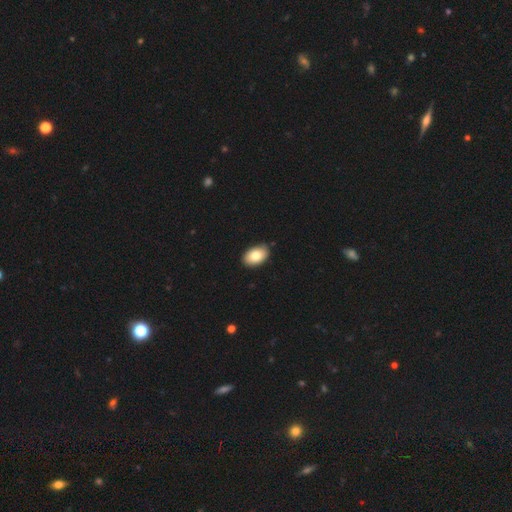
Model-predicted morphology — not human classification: Smooth or featured?
  - smooth: 80% *
  - featured or disk: 13%
  - star or artifact: 7%
How rounded?
  - in between: 92% *
  - round: 7%
  - cigar-shaped: 1%
Merging?
  - none: 87% *
  - minor disturbance: 10%
  - major disturbance: 2%
  - merger: 1%